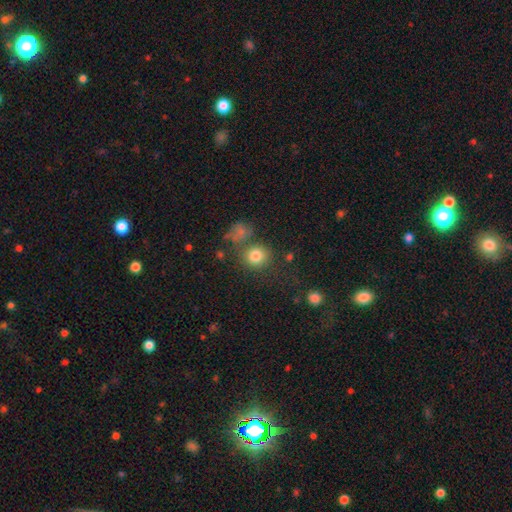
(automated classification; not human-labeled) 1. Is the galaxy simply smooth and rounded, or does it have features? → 81% smooth, 12% star or artifact, 7% featured or disk.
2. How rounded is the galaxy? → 83% round, 16% in between, 1% cigar-shaped.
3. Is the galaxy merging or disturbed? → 70% none, 12% merger, 12% minor disturbance, 6% major disturbance.